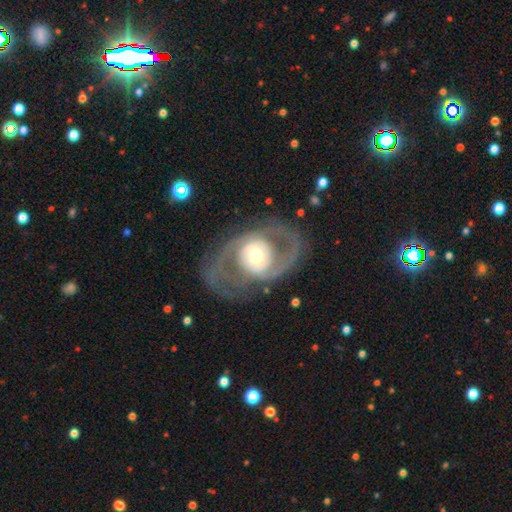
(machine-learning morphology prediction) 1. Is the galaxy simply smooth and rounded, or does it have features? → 80% featured or disk, 15% smooth, 5% star or artifact.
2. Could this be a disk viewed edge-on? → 96% no, 4% yes.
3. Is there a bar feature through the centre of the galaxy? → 64% no, 24% weak, 11% strong.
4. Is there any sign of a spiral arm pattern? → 71% yes, 29% no.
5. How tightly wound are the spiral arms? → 47% medium, 29% tight, 23% loose.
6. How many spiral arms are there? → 82% 2, 10% can't tell, 4% 1, 2% 3, 1% 4, 1% more than 4.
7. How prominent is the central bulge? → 59% moderate, 20% large, 17% small, 2% dominant, 1% none.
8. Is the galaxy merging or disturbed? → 69% none, 16% major disturbance, 13% minor disturbance, 2% merger.